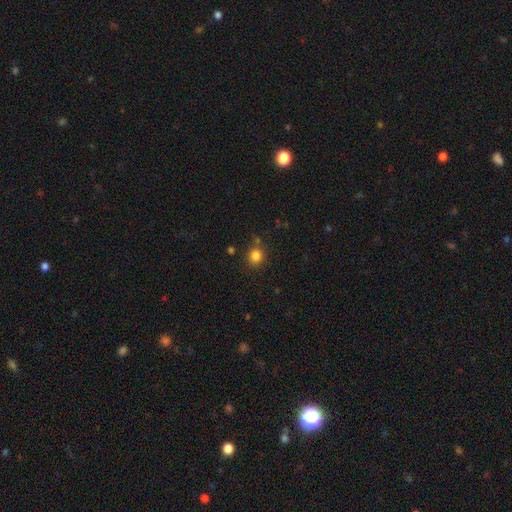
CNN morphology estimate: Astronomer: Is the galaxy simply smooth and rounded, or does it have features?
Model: smooth — 83%.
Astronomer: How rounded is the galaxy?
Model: round — 85%.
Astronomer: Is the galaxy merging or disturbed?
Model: none — 83%.